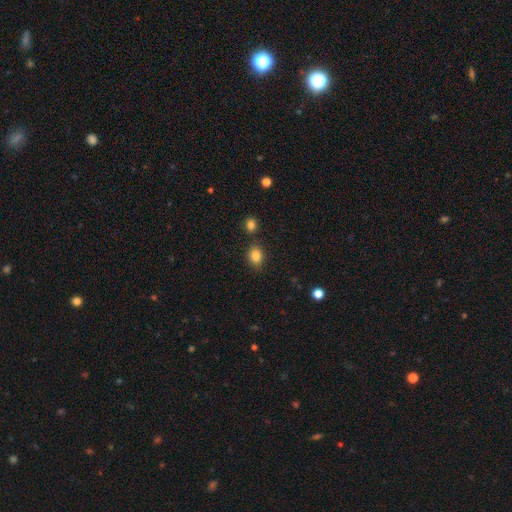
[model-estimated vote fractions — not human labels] Smooth or featured? smooth (85%)
How rounded? in between (54%)
Merging? none (78%)